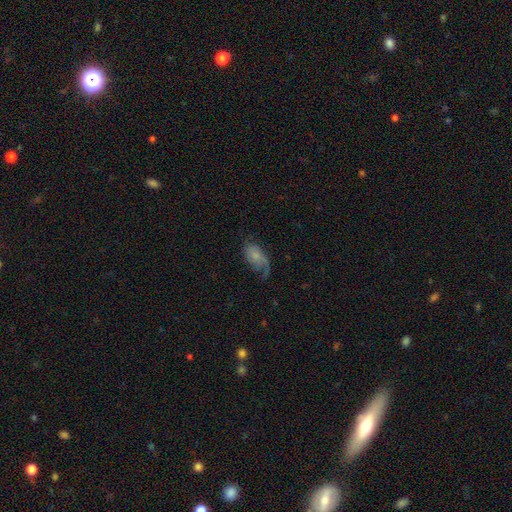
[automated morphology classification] featured or disk 51%, smooth 41%, star or artifact 8%. Down the decision tree: edge-on disk — no (94%); merging — none (43%).